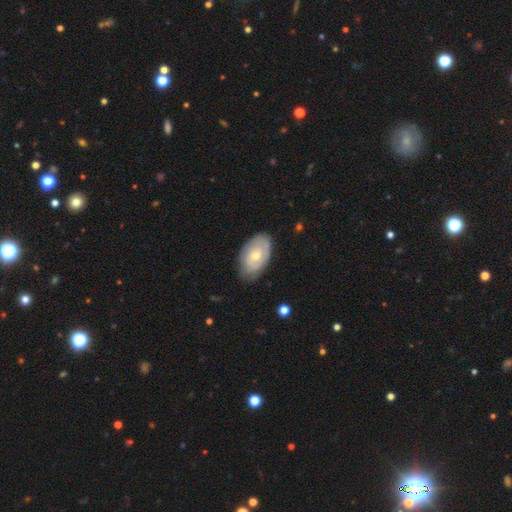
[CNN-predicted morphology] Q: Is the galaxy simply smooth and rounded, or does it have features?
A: featured or disk — 49%.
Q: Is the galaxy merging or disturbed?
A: none — 72%.